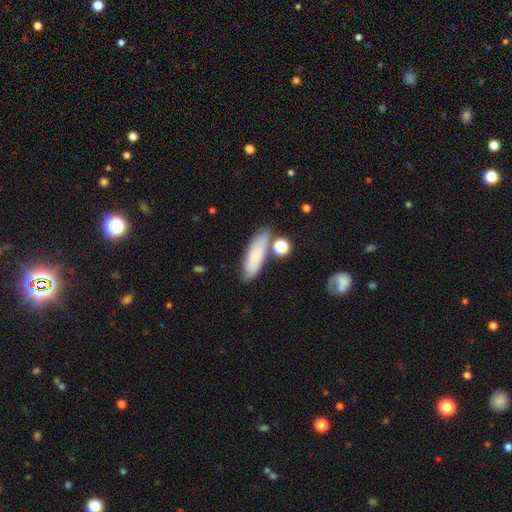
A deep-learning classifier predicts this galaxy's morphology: smooth-or-featured: smooth: 75% | featured or disk: 16% | star or artifact: 8%
  how-rounded: cigar-shaped: 49% | in between: 47% | round: 3%
  merging: none: 66% | minor disturbance: 17% | merger: 12% | major disturbance: 5%